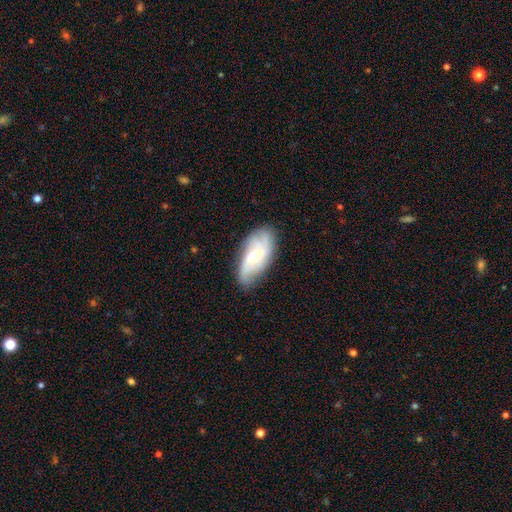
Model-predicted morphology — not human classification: featured or disk 67%, smooth 26%, star or artifact 7%. Down the decision tree: edge-on disk — no (92%); bar — no (58%); spiral arms — yes (90%); spiral arm count — 2 (32%); spiral winding — loose (39%); bulge size — moderate (48%); merging — none (73%).